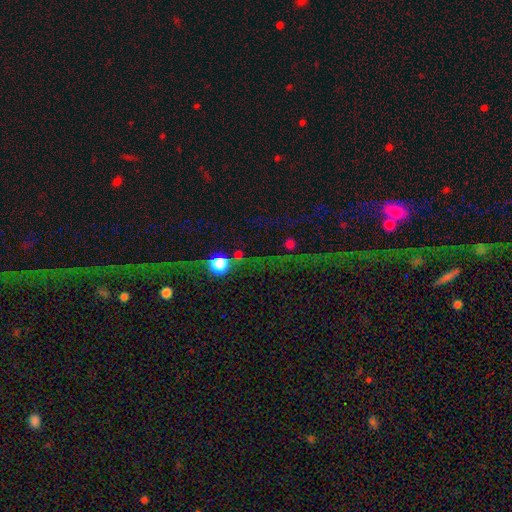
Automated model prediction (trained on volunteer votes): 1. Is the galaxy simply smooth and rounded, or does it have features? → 68% star or artifact, 19% smooth, 13% featured or disk.